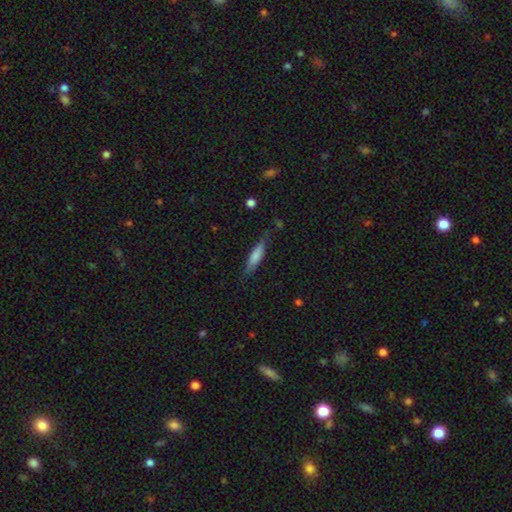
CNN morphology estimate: smooth_or_featured: smooth (p=0.72) [alt: featured or disk p=0.22]
how_rounded: cigar-shaped (p=0.72) [alt: in between p=0.27]
merging: none (p=0.73) [alt: minor disturbance p=0.20]